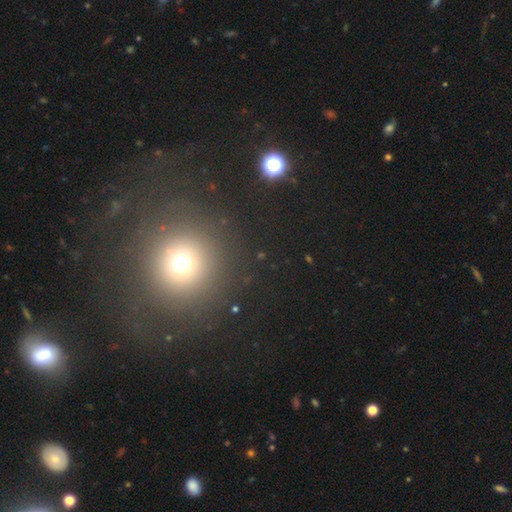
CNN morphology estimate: Overall: smooth (56%; star or artifact 30%). How rounded: round (92%). Merging: none (79%).